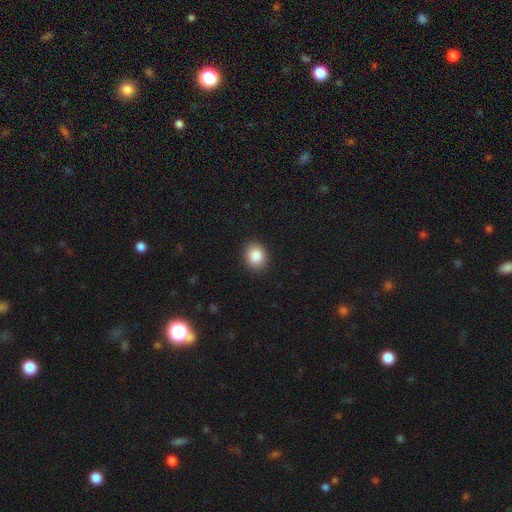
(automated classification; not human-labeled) This is clearly a smooth galaxy (87%). How rounded: possibly round (53%). Merging: clearly none (90%).